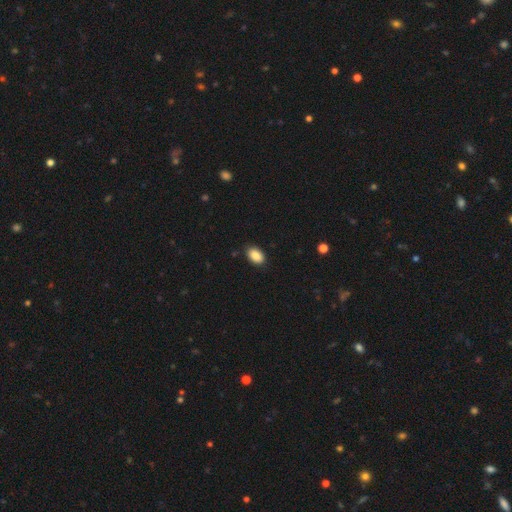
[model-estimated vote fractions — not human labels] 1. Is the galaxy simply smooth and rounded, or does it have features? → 89% smooth, 7% star or artifact, 3% featured or disk.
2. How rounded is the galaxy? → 90% in between, 8% round, 1% cigar-shaped.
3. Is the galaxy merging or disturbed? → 88% none, 9% minor disturbance, 2% major disturbance, 1% merger.